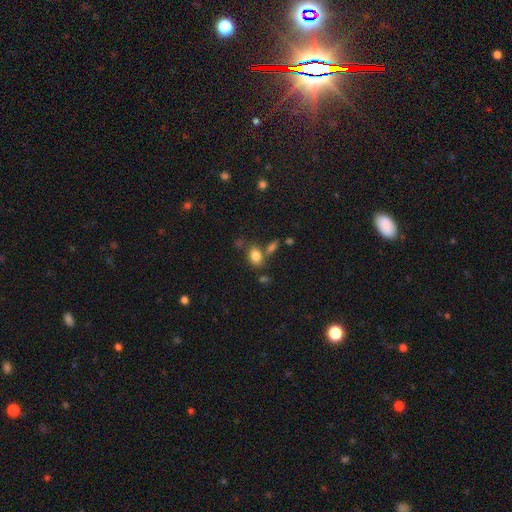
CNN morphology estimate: A smooth galaxy with no disk features (82%) that is in between round and cigar-shaped (75%).

Vote fractions:
- Smooth or featured? smooth: 82% / star or artifact: 11% / featured or disk: 8%
- How rounded? in between: 75% / round: 23% / cigar-shaped: 2%
- Merging? none: 63% / merger: 18% / minor disturbance: 14% / major disturbance: 5%